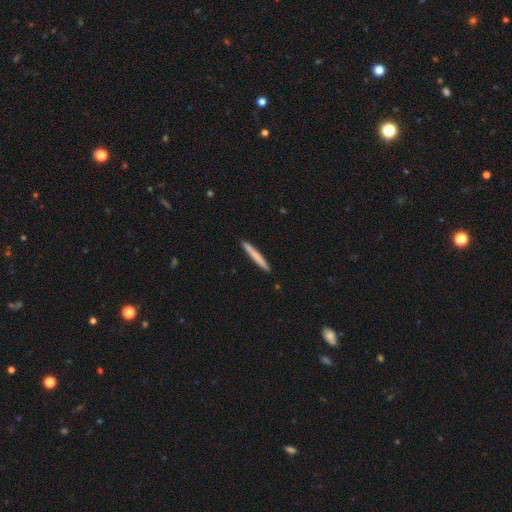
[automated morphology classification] This appears to be a smooth galaxy with no disk features (72%) that is cigar-shaped (97%). Merging: none (91%).